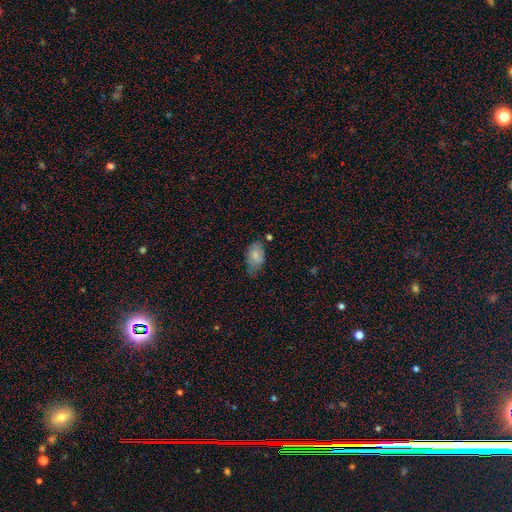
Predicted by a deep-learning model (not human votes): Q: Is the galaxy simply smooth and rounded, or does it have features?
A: smooth — 79%.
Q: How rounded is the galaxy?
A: in between — 91%.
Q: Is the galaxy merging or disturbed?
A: none — 47%.